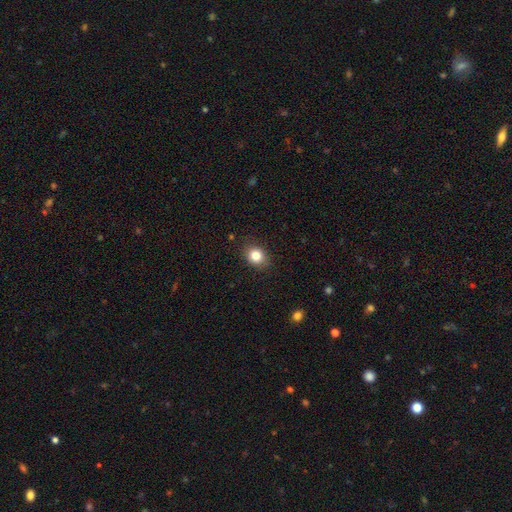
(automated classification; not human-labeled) smooth 84%, star or artifact 10%, featured or disk 6%. Down the decision tree: how rounded — round (58%); merging — none (86%).